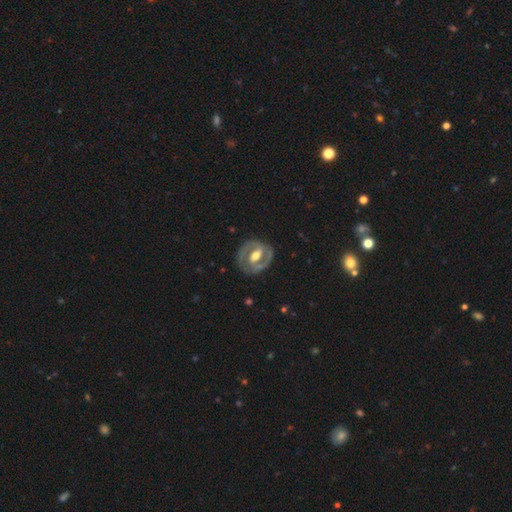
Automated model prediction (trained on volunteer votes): smooth-or-featured: featured or disk: 77% | smooth: 18% | star or artifact: 4%
  disk-edge-on: no: 95% | yes: 5%
    bar: strong: 39% | weak: 37% | no: 24%
    has-spiral-arms: yes: 62% | no: 38%
    bulge-size: moderate: 67% | large: 19% | small: 11% | none: 1% | dominant: 1%
  merging: none: 79% | minor disturbance: 13% | major disturbance: 5% | merger: 2%